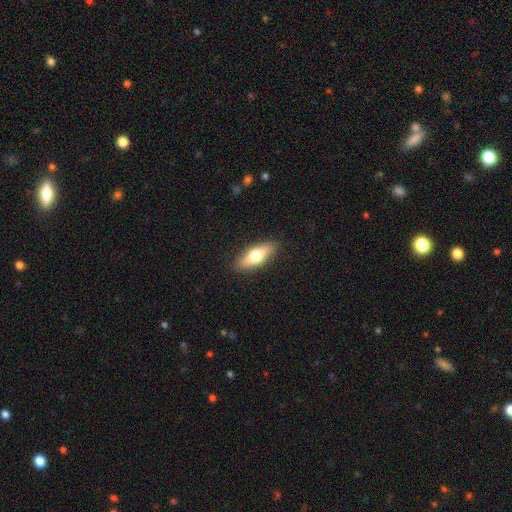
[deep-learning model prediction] smooth 59%, featured or disk 35%, star or artifact 6%. Down the decision tree: how rounded — in between (64%); merging — none (88%).